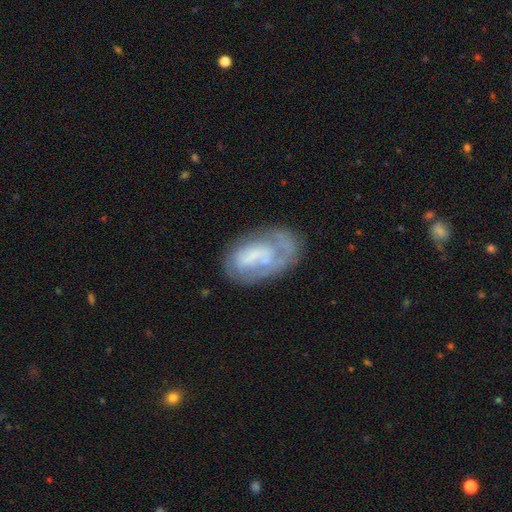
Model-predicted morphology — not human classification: The model was most divided on "spiral arms": yes: 57%, no: 43%. Remaining: edge-on disk — no (96%); bar — no (62%); smooth or featured — featured or disk (58%); merging — none (53%); bulge size — none (47%).